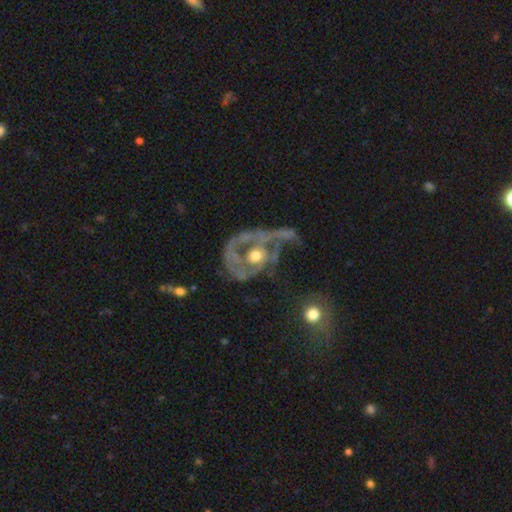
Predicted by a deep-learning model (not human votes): Morphology: type=featured or disk (80%); edge-on=no (97%); bar=no (82%); spiral arms=yes (64%); bulge=moderate (72%); merging=major disturbance (50%).